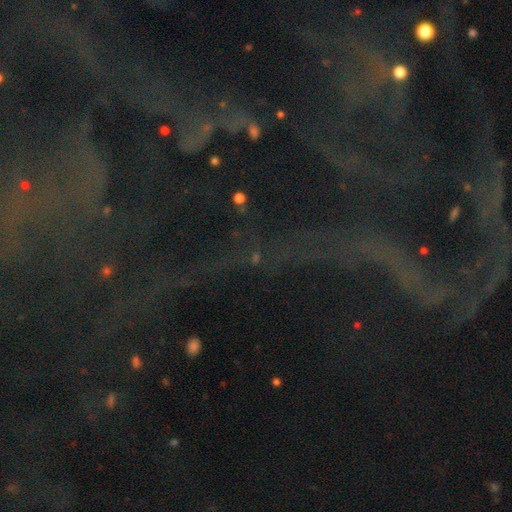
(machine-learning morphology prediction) star or artifact 73%, featured or disk 15%, smooth 13%.